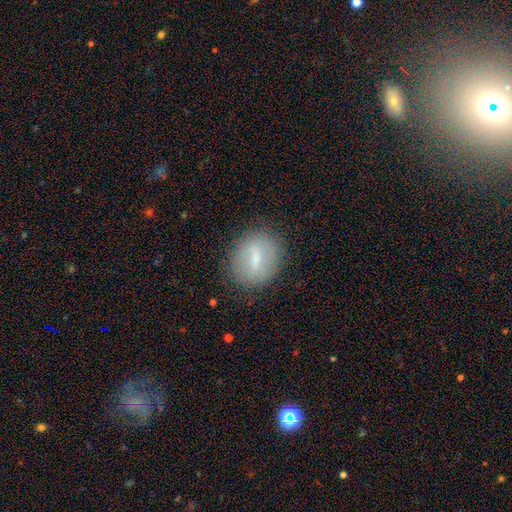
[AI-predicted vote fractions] Smooth or featured? smooth (53%)
How rounded? round (49%)
Merging? none (85%)